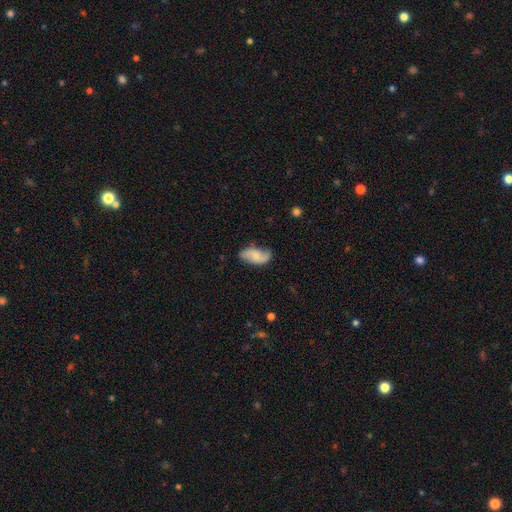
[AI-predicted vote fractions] Overall: featured or disk (47%; smooth 46%). Merging: none (63%; minor disturbance 27%).